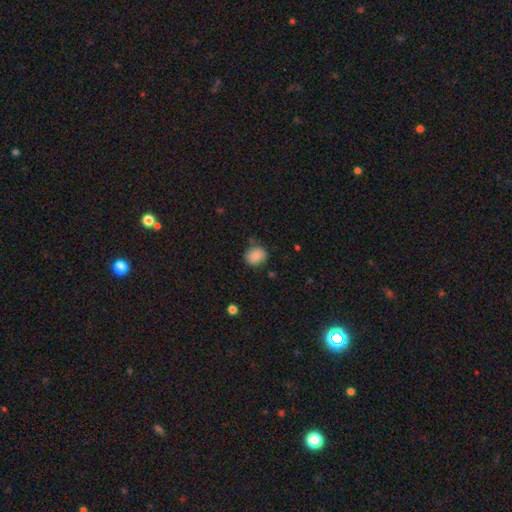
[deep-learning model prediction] Q: Smooth or featured?
A: smooth (86%); runner-up: star or artifact (9%)
Q: How rounded?
A: round (73%); runner-up: in between (26%)
Q: Merging?
A: none (78%); runner-up: minor disturbance (16%)